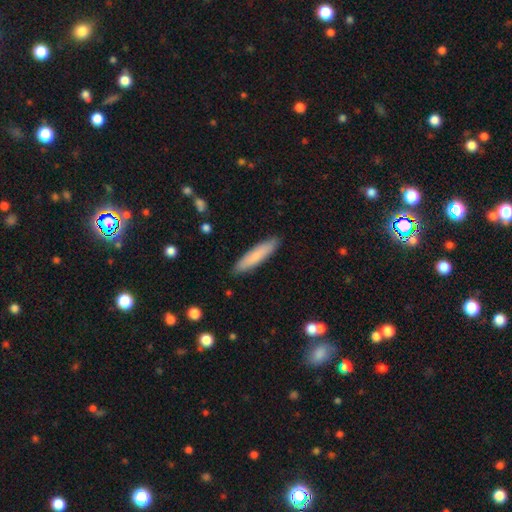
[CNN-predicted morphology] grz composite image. It shows a smooth galaxy with no disk features (79%) that is cigar-shaped (85%). Merging: none (90%).